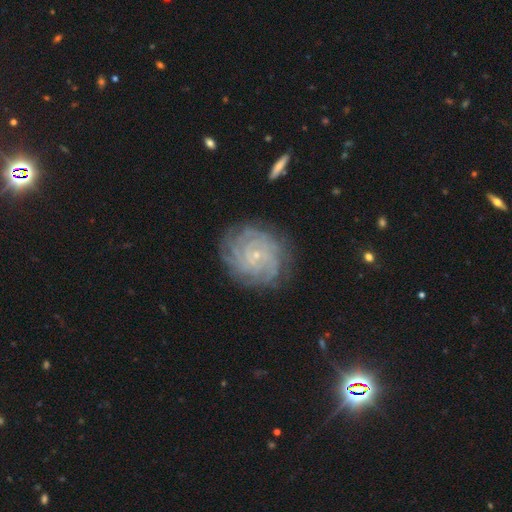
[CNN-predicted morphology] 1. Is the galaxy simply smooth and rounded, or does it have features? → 83% featured or disk, 9% smooth, 8% star or artifact.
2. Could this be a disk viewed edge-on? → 97% no, 3% yes.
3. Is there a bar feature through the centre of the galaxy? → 75% no, 20% weak, 5% strong.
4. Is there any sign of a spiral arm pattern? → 97% yes, 3% no.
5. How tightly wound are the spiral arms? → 82% tight, 15% medium, 3% loose.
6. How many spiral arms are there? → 27% can't tell, 23% 4, 21% more than 4, 12% 3, 9% 2, 7% 1.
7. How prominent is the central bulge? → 87% small, 8% moderate, 2% none, 1% large, 1% dominant.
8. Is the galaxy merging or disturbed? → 80% none, 13% minor disturbance, 5% major disturbance, 2% merger.